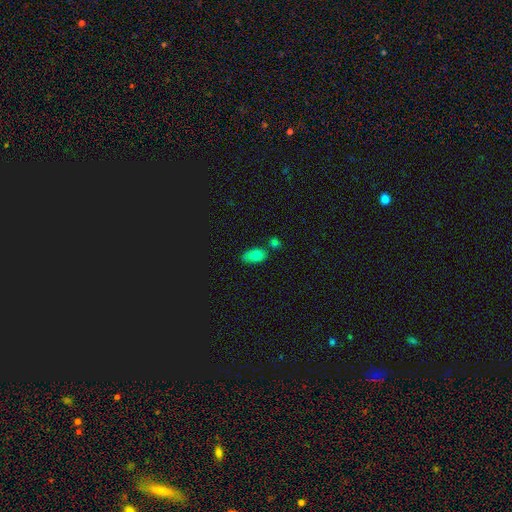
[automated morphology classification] This is likely a smooth galaxy (79%). How rounded: clearly in between (90%). Merging: likely none (65%).